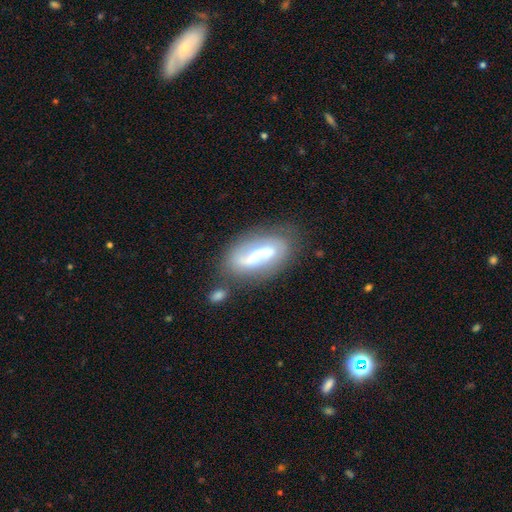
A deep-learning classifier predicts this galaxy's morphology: Smooth or featured?
  - featured or disk: 73% *
  - smooth: 21%
  - star or artifact: 6%
Edge-on disk?
  - no: 91% *
  - yes: 9%
Bar?
  - strong: 45% *
  - weak: 37%
  - no: 18%
Spiral arms?
  - yes: 84% *
  - no: 16%
Spiral winding?
  - loose: 48% *
  - medium: 36%
  - tight: 16%
Spiral arm count?
  - 2: 83% *
  - can't tell: 8%
  - 1: 6%
  - 3: 1%
  - 4: 1%
  - more than 4: 1%
Bulge size?
  - moderate: 53% *
  - small: 32%
  - large: 10%
  - none: 3%
  - dominant: 2%
Merging?
  - none: 69% *
  - minor disturbance: 17%
  - merger: 7%
  - major disturbance: 7%